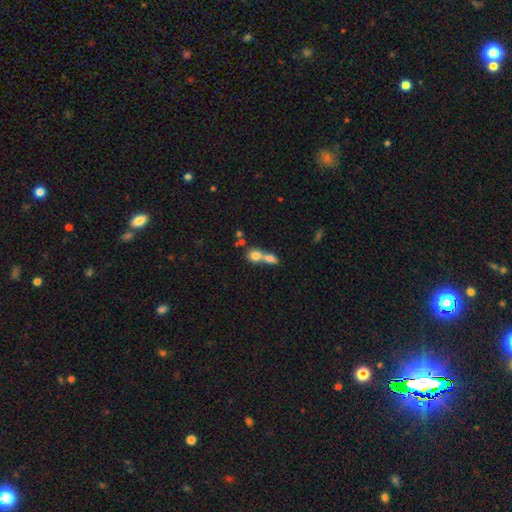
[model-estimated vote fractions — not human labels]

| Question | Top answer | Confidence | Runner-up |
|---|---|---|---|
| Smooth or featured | smooth | 75% | featured or disk (15%) |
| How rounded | round | 65% | in between (31%) |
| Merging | merger | 68% | none (23%) |